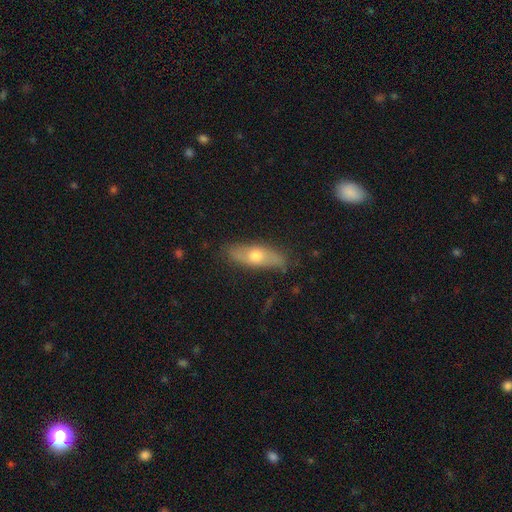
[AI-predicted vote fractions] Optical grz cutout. It shows a smooth galaxy with no disk features (49%). Merging: none (83%).